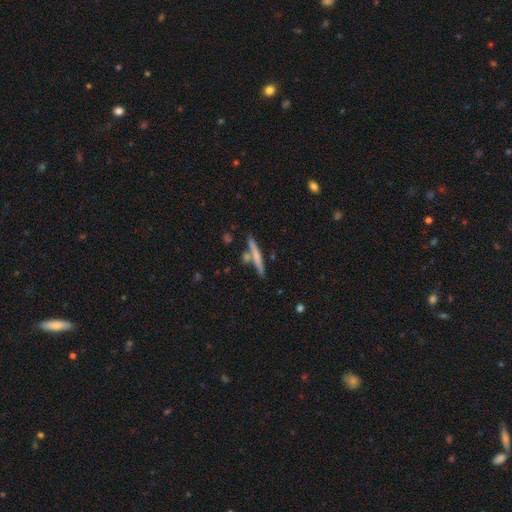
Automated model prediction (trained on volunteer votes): A smooth galaxy with no disk features (56%) that is cigar-shaped (94%). Merging: none (72%).